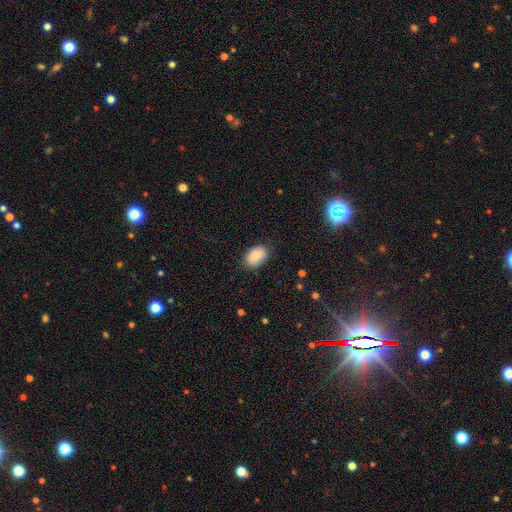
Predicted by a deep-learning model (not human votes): This appears to be a smooth galaxy with no disk features (86%) that is in between round and cigar-shaped (86%). Merging: none (78%).